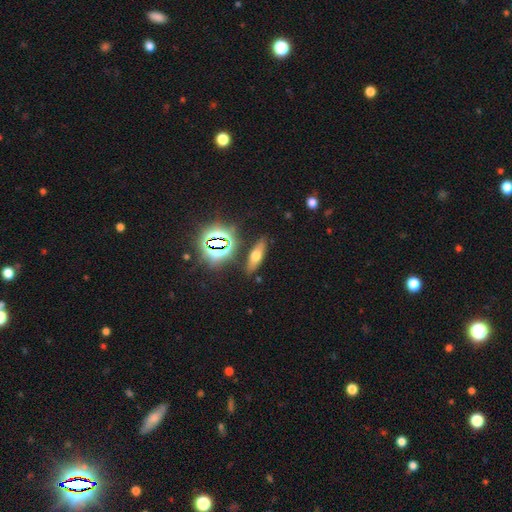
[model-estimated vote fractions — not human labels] Overall: smooth (52%; featured or disk 25%). How rounded: in between (49%; cigar-shaped 43%). Merging: none (84%).